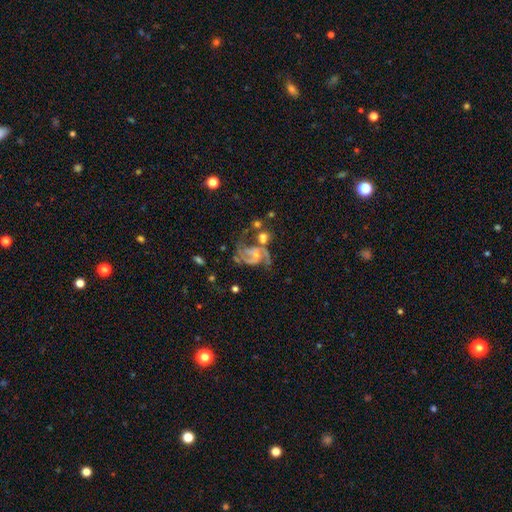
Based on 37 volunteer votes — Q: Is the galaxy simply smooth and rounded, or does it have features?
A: featured or disk — 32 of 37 (86%).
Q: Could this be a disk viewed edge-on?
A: no — 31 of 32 (97%).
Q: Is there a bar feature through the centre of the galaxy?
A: no — 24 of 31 (77%).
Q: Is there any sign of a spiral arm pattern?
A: yes — 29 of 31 (94%).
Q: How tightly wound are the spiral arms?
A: medium — 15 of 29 (52%).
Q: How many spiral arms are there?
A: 2 — 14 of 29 (48%).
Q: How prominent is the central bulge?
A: small — 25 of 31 (81%).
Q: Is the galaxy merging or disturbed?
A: none — 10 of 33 (30%, tied with minor disturbance and major disturbance).